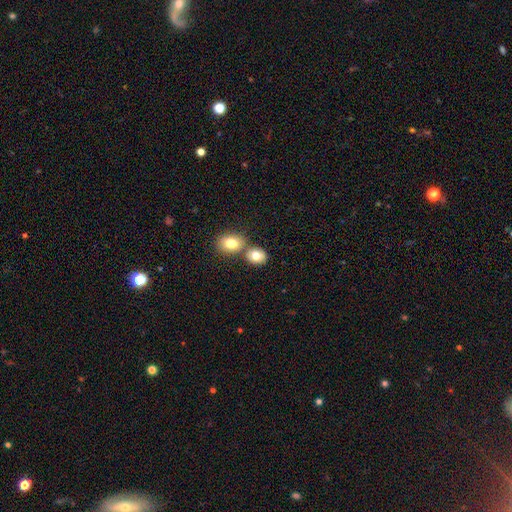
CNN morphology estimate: type=smooth (78%); roundness=in between (53%); merging=none (56%).